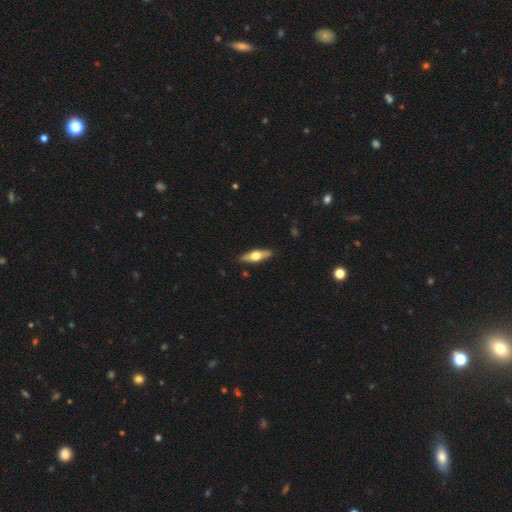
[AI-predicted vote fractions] The model was most divided on "smooth or featured": featured or disk: 53%, smooth: 41%, star or artifact: 5%. More confident: edge-on disk — yes (91%); merging — none (88%).